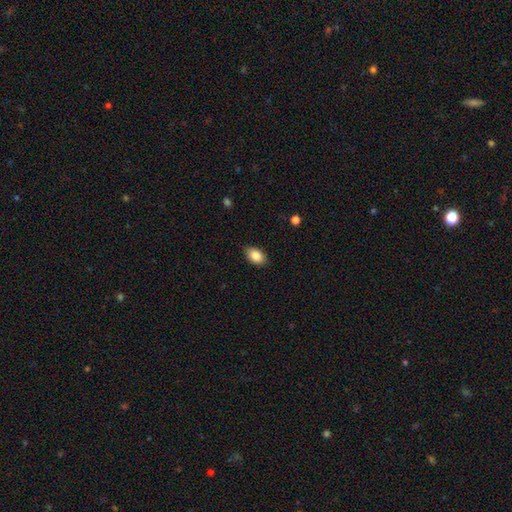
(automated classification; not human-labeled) smooth 85%, featured or disk 8%, star or artifact 7%. Down the decision tree: how rounded — in between (89%); merging — none (87%).